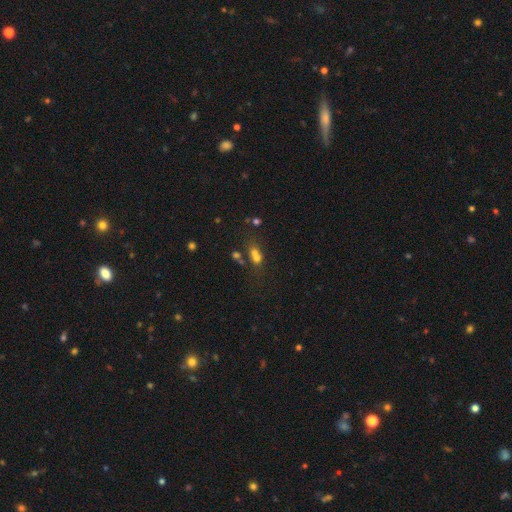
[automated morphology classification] This is possibly a smooth galaxy (56%). How rounded: possibly in between (55%). Merging: possibly merger (46%).